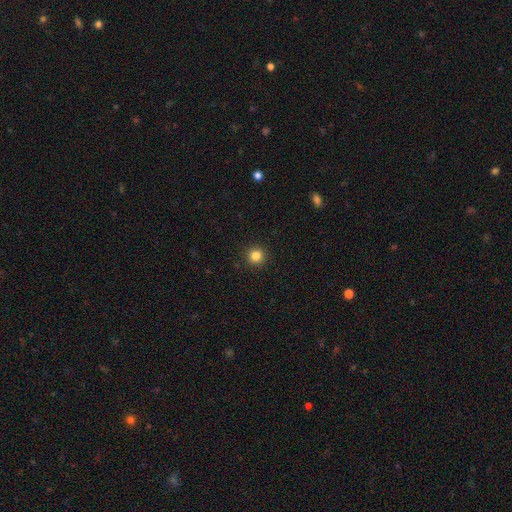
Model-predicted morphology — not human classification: A smooth galaxy with no disk features (83%) that is round (95%).

Vote fractions:
- Smooth or featured? smooth: 83% / star or artifact: 12% / featured or disk: 4%
- How rounded? round: 95% / in between: 4% / cigar-shaped: 1%
- Merging? none: 93% / minor disturbance: 5% / major disturbance: 2% / merger: 1%